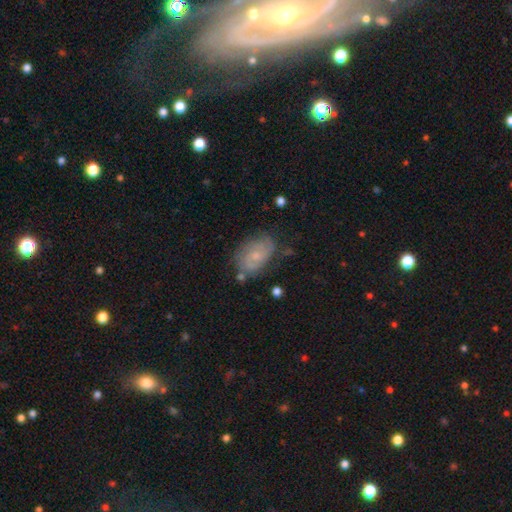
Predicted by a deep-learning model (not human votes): A featured or disk galaxy (66%) with no bar (68%), 2 (56%) tight (47%) spiral arms (87%) and a small central bulge (67%). Merging: none (65%).